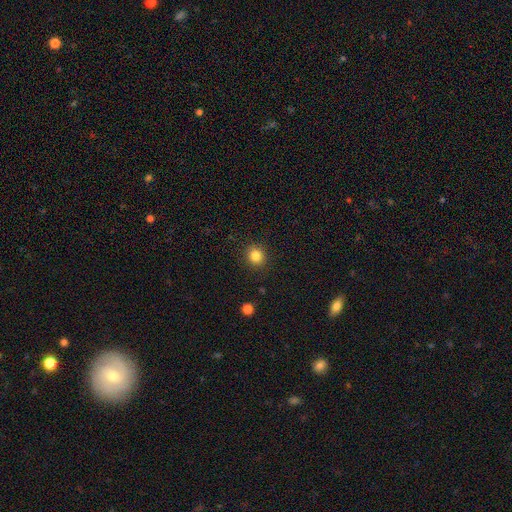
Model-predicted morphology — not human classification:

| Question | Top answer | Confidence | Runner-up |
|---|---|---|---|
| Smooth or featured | smooth | 84% | star or artifact (12%) |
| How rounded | round | 88% | in between (11%) |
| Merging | none | 91% | minor disturbance (6%) |